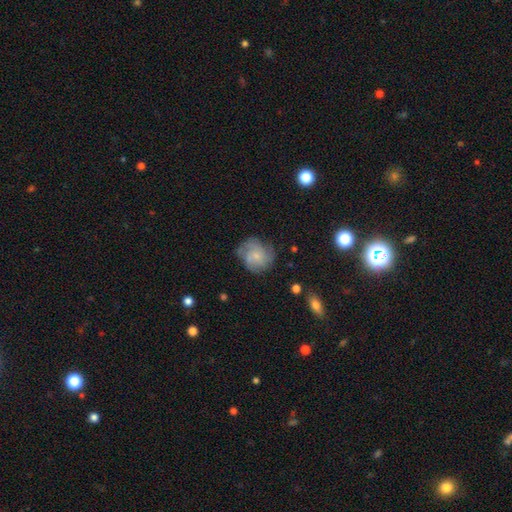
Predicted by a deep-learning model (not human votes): Smooth or featured: featured or disk — 56% (smooth — 36%)
Edge-on disk: no — 98% (yes — 2%)
Bar: no — 76% (weak — 21%)
Spiral arms: yes — 87% (no — 13%)
Bulge size: small — 69% (moderate — 18%)
Merging: none — 62% (minor disturbance — 24%)